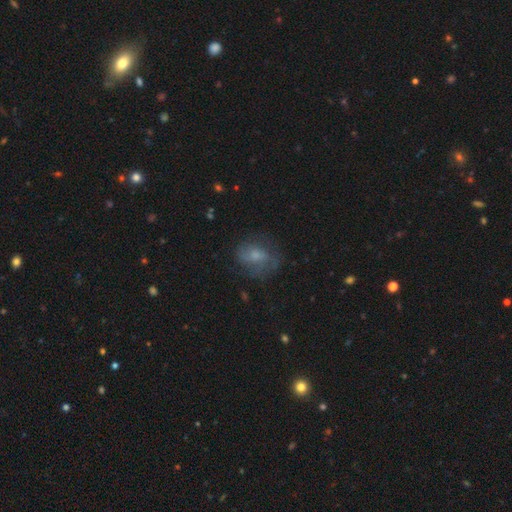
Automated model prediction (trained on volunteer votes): smooth_or_featured: smooth (p=0.47) [alt: featured or disk p=0.41]
merging: none (p=0.61) [alt: minor disturbance p=0.23]